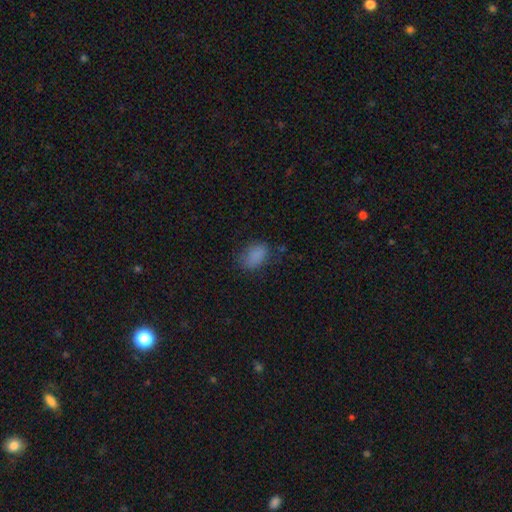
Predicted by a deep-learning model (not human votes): Smooth or featured?
  - smooth: 83% *
  - star or artifact: 11%
  - featured or disk: 6%
How rounded?
  - in between: 88% *
  - round: 10%
  - cigar-shaped: 2%
Merging?
  - none: 68% *
  - minor disturbance: 22%
  - major disturbance: 8%
  - merger: 2%